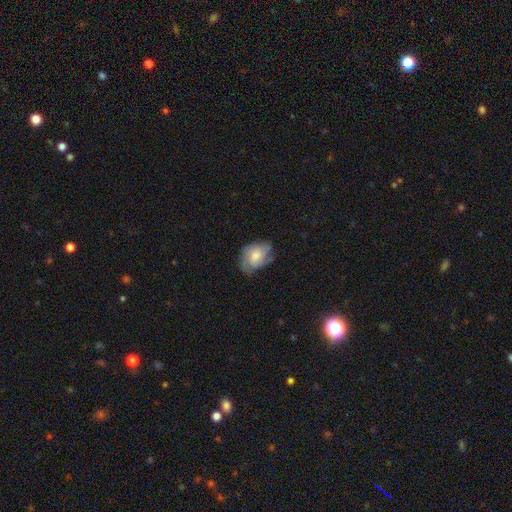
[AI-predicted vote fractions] A smooth galaxy with no disk features (53%) that is in between round and cigar-shaped (78%). Merging: none (56%).